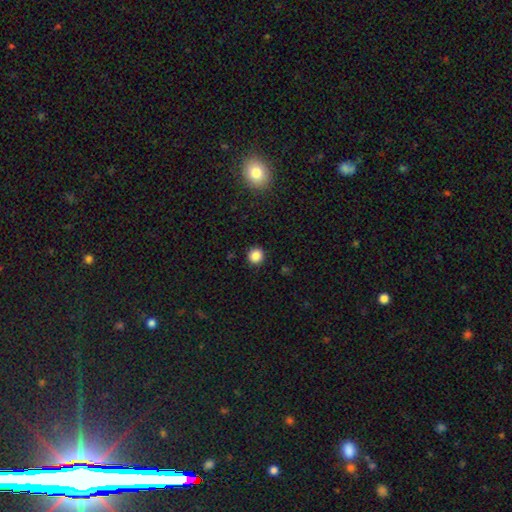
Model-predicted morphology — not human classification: Q: Smooth or featured?
A: smooth (85%); runner-up: star or artifact (11%)
Q: How rounded?
A: round (93%); runner-up: in between (6%)
Q: Merging?
A: none (92%); runner-up: minor disturbance (5%)